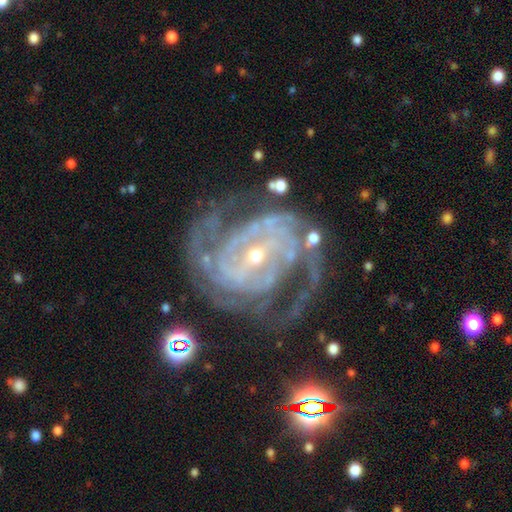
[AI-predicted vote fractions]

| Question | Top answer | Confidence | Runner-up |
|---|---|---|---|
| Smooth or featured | featured or disk | 92% | star or artifact (5%) |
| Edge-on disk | no | 97% | yes (3%) |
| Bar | weak | 39% | strong (35%) |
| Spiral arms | yes | 98% | no (2%) |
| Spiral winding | tight | 57% | medium (36%) |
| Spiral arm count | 2 | 33% | 3 (22%) |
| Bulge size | small | 71% | moderate (25%) |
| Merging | none | 64% | minor disturbance (19%) |